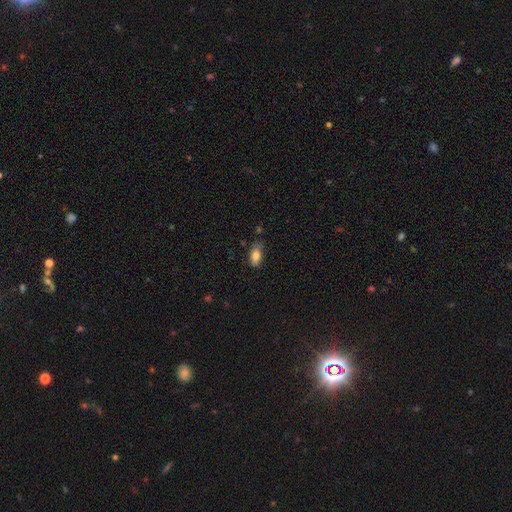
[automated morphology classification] Smooth or featured?
  - smooth: 84% *
  - featured or disk: 8%
  - star or artifact: 8%
How rounded?
  - in between: 87% *
  - cigar-shaped: 8%
  - round: 4%
Merging?
  - none: 64% *
  - minor disturbance: 28%
  - major disturbance: 5%
  - merger: 2%